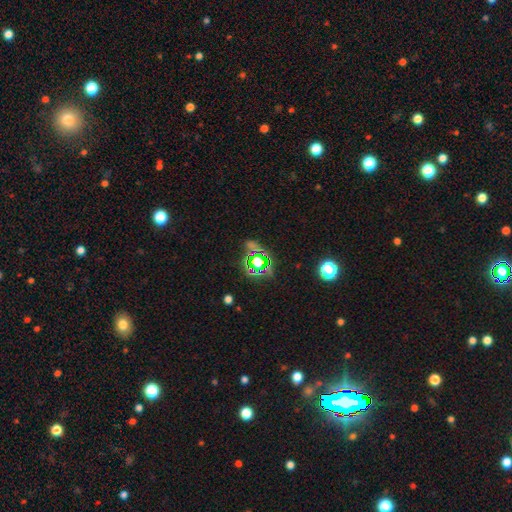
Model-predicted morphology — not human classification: Smooth or featured?
  - star or artifact: 74% *
  - smooth: 18%
  - featured or disk: 8%